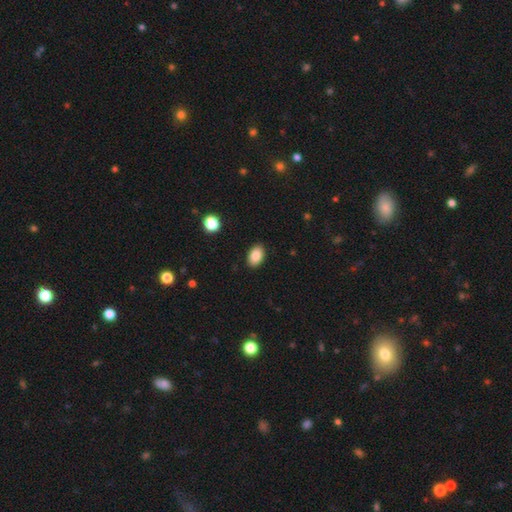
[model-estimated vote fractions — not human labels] This appears to be a smooth galaxy with no disk features (87%) that is in between round and cigar-shaped (88%). Merging: none (89%).